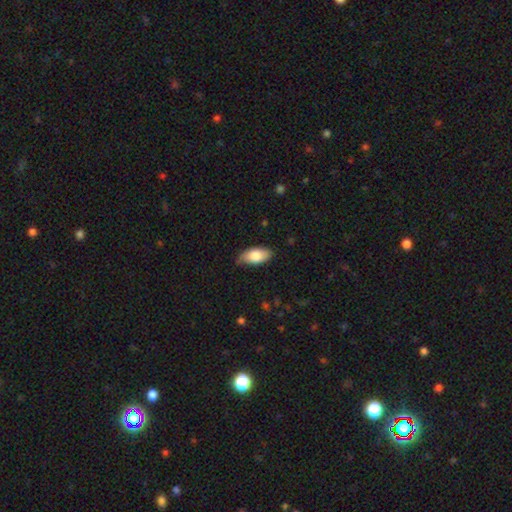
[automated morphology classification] smooth 79%, featured or disk 15%, star or artifact 6%. Down the decision tree: how rounded — in between (91%); merging — none (75%).